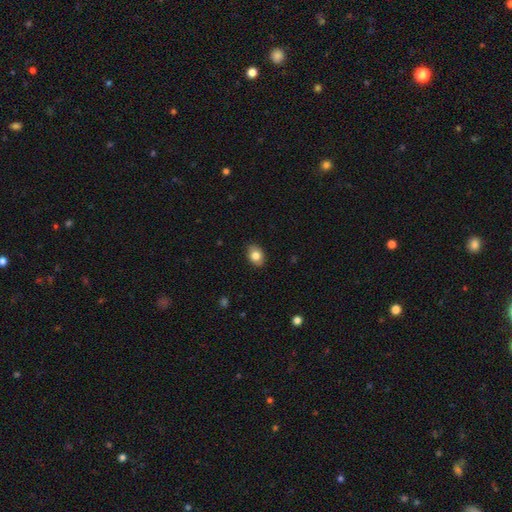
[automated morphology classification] Smooth or featured: smooth — 82% (featured or disk — 10%)
How rounded: in between — 72% (round — 27%)
Merging: none — 86% (minor disturbance — 11%)